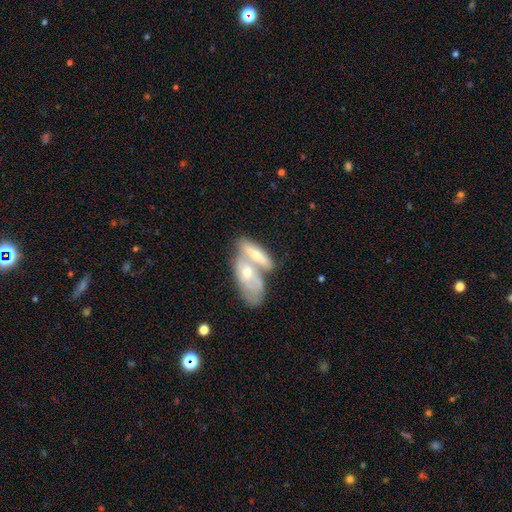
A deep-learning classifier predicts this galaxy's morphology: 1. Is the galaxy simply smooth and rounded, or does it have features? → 54% featured or disk, 39% smooth, 7% star or artifact.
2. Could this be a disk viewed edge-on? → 66% no, 34% yes.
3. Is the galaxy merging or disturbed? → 64% merger, 24% none, 8% minor disturbance, 4% major disturbance.